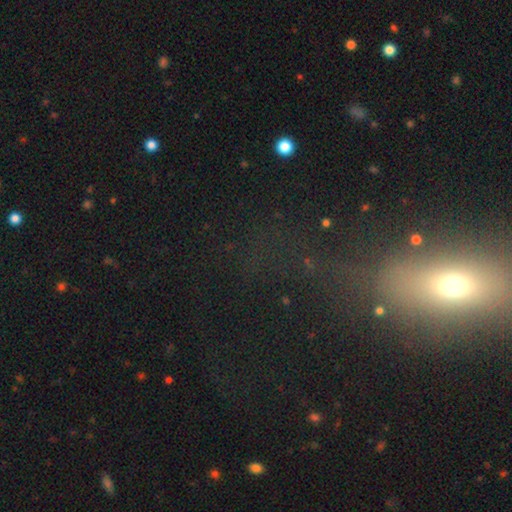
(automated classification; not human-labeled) Smooth or featured? star or artifact (44%)